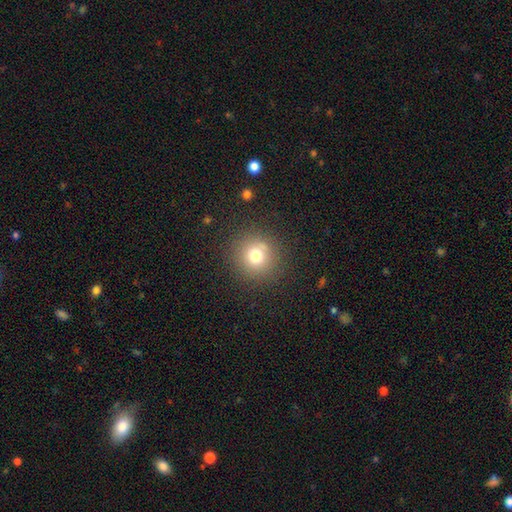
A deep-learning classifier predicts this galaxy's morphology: The model was most divided on "smooth or featured": smooth: 74%, star or artifact: 16%, featured or disk: 11%. More confident: how rounded — round (93%); merging — none (86%).